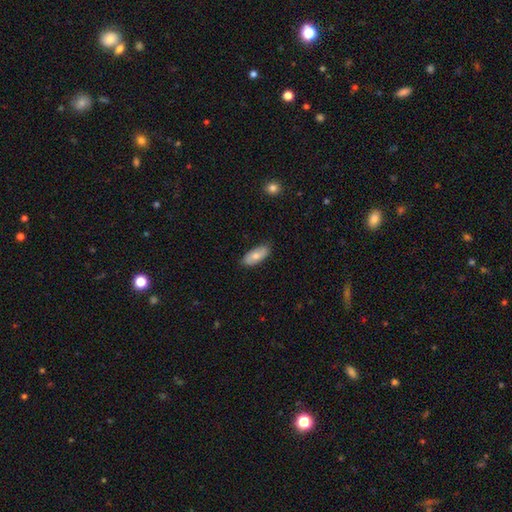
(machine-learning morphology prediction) This appears to be a smooth galaxy with no disk features (73%) that is in between round and cigar-shaped (86%). Merging: none (83%).